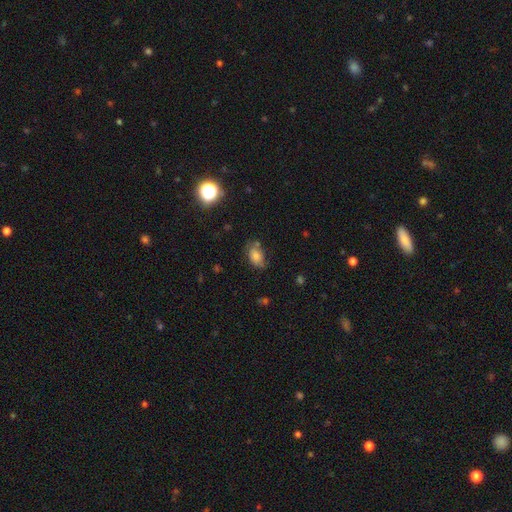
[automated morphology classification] Smooth or featured? Predicted: smooth (p=0.66). How rounded? Predicted: in between (p=0.84). Merging? Predicted: none (p=0.57).